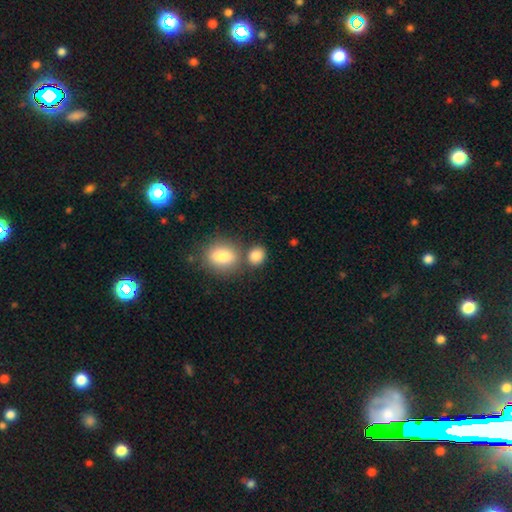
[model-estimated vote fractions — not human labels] smooth-or-featured: smooth: 85% | star or artifact: 9% | featured or disk: 6%
  how-rounded: round: 60% | in between: 38% | cigar-shaped: 2%
  merging: none: 65% | merger: 21% | minor disturbance: 11% | major disturbance: 4%